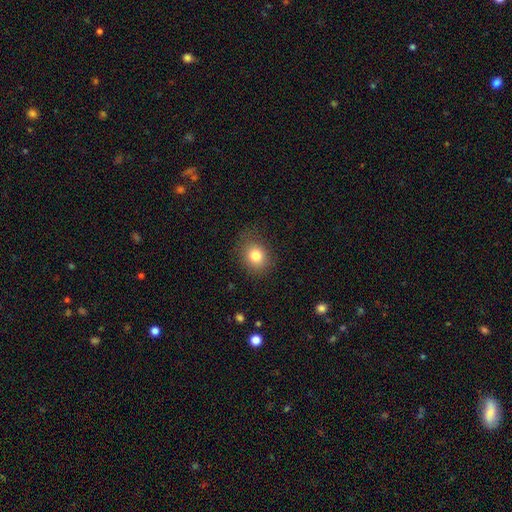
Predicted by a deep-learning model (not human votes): Smooth or featured: smooth — 80% (star or artifact — 12%)
How rounded: round — 65% (in between — 34%)
Merging: none — 80% (minor disturbance — 14%)